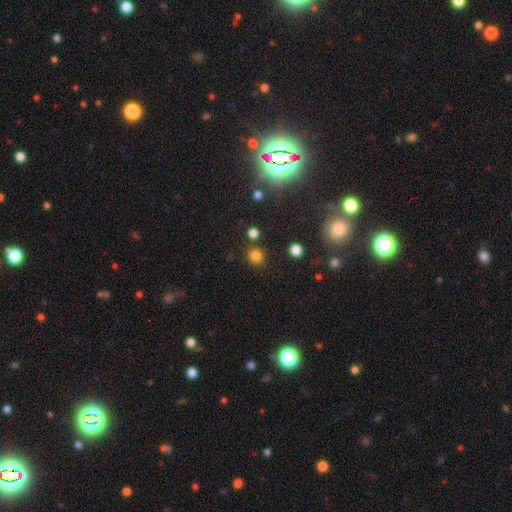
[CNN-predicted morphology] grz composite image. It shows a smooth galaxy with no disk features (79%) that is round (90%). Merging: none (83%).